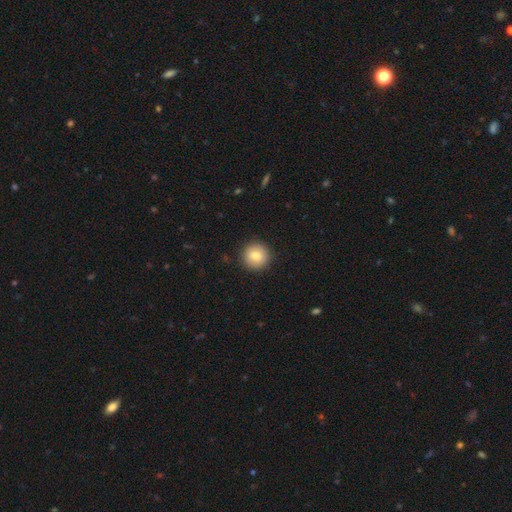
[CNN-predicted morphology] Overall: smooth (80%). How rounded: round (95%). Merging: none (92%).